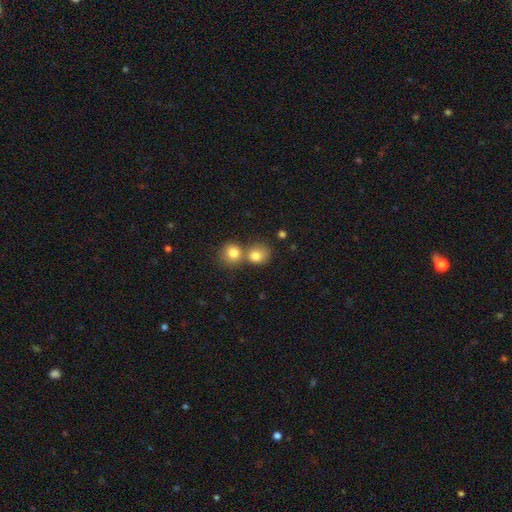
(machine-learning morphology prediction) Smooth or featured? smooth (80%)
How rounded? round (79%)
Merging? merger (46%)